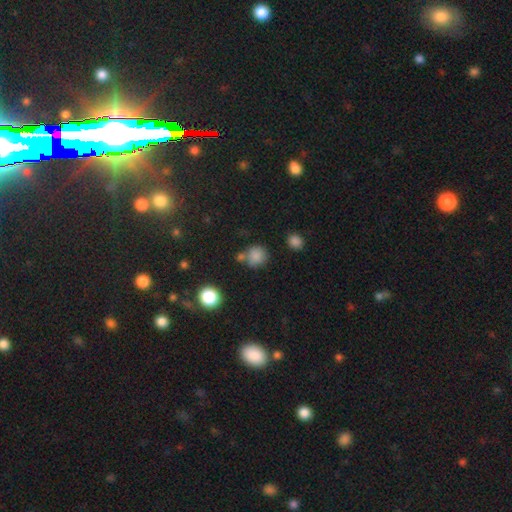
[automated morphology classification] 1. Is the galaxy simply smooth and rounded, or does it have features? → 82% smooth, 12% star or artifact, 7% featured or disk.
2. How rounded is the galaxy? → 86% round, 13% in between, 1% cigar-shaped.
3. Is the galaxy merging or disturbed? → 63% none, 18% merger, 14% minor disturbance, 5% major disturbance.